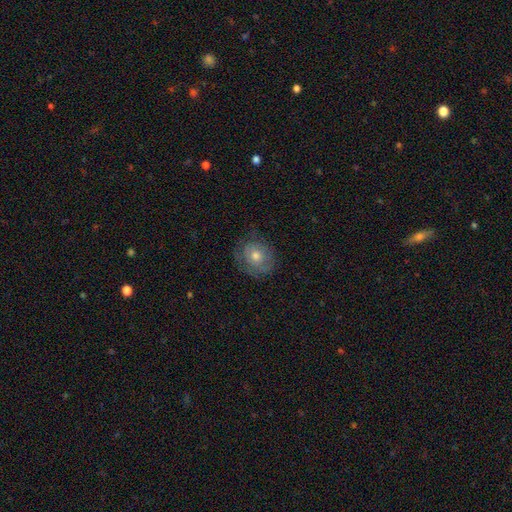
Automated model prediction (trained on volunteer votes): This appears to be a featured or disk galaxy (48%). Merging: none (72%).